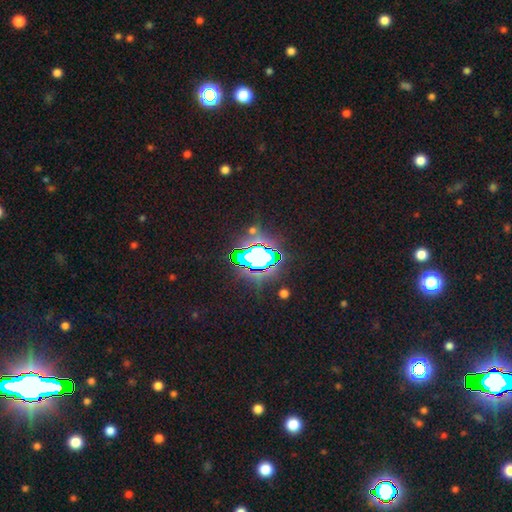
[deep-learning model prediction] This is likely a star or artifact rather than a galaxy (79%).